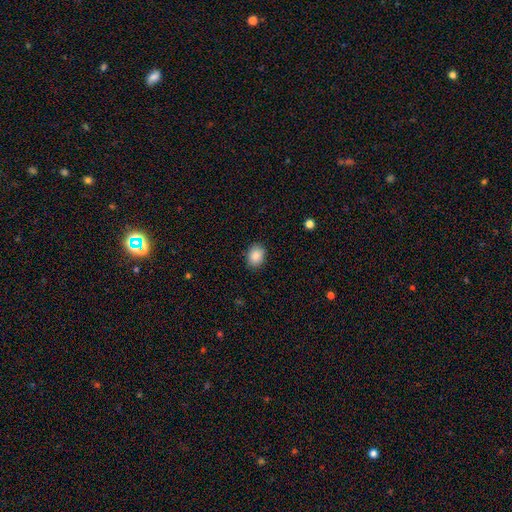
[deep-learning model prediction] Morphology: type=smooth (87%); roundness=in between (57%); merging=none (88%).